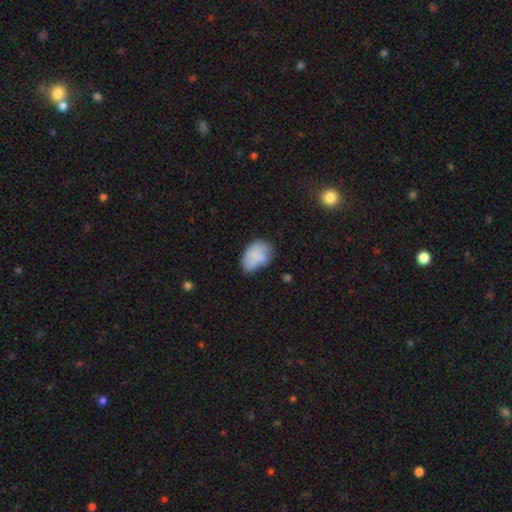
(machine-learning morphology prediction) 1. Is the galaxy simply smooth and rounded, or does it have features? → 79% smooth, 13% featured or disk, 8% star or artifact.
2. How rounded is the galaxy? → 83% in between, 15% round, 1% cigar-shaped.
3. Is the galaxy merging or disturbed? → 46% none, 35% minor disturbance, 13% major disturbance, 6% merger.